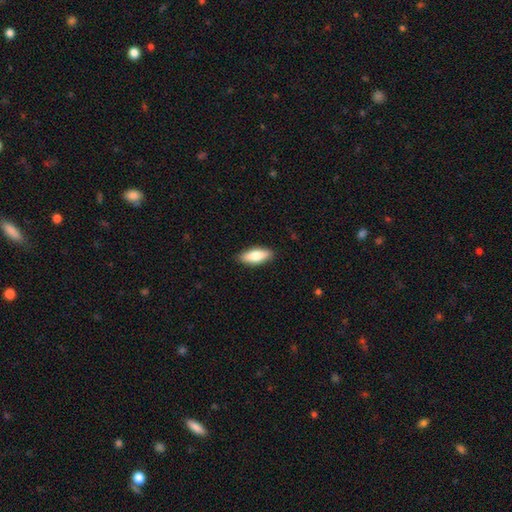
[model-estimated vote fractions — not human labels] Smooth or featured: smooth — 78% (featured or disk — 16%)
How rounded: in between — 72% (cigar-shaped — 26%)
Merging: none — 88% (minor disturbance — 9%)